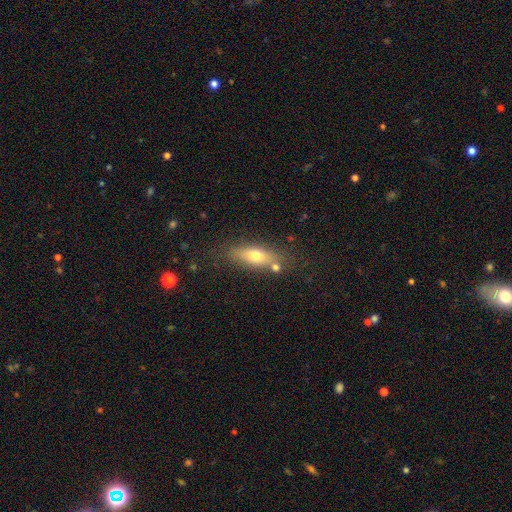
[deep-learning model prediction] Smooth or featured: smooth — 64% (featured or disk — 28%)
How rounded: in between — 57% (cigar-shaped — 38%)
Merging: none — 72% (minor disturbance — 15%)